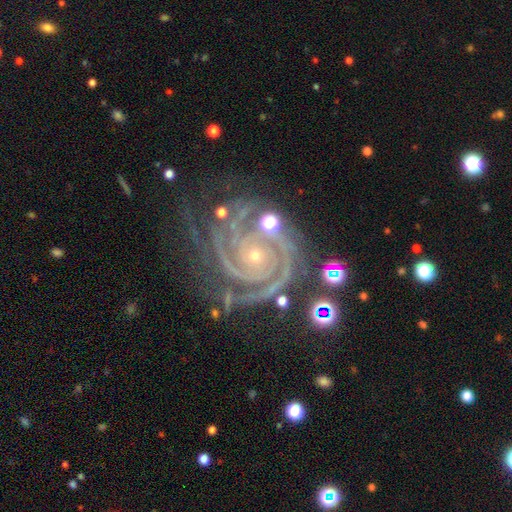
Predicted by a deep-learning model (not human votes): Q: Smooth or featured?
A: featured or disk (92%); runner-up: star or artifact (6%)
Q: Edge-on disk?
A: no (98%); runner-up: yes (2%)
Q: Bar?
A: no (74%); runner-up: weak (15%)
Q: Spiral arms?
A: yes (99%); runner-up: no (1%)
Q: Spiral winding?
A: tight (84%); runner-up: medium (15%)
Q: Spiral arm count?
A: 3 (32%); runner-up: 2 (31%)
Q: Bulge size?
A: small (79%); runner-up: moderate (17%)
Q: Merging?
A: none (67%); runner-up: minor disturbance (21%)